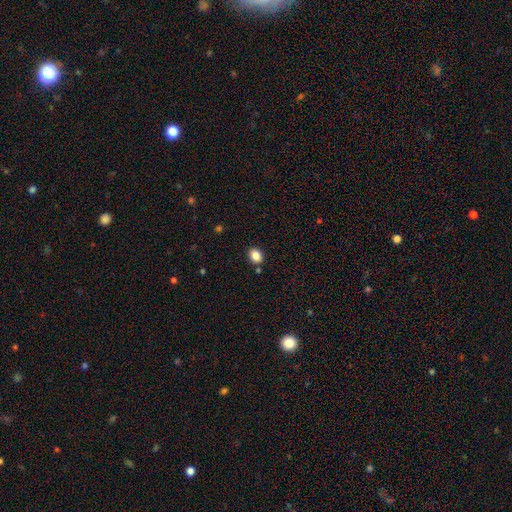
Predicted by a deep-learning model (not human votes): Smooth or featured: smooth — 86% (star or artifact — 10%)
How rounded: in between — 60% (round — 39%)
Merging: none — 84% (minor disturbance — 9%)